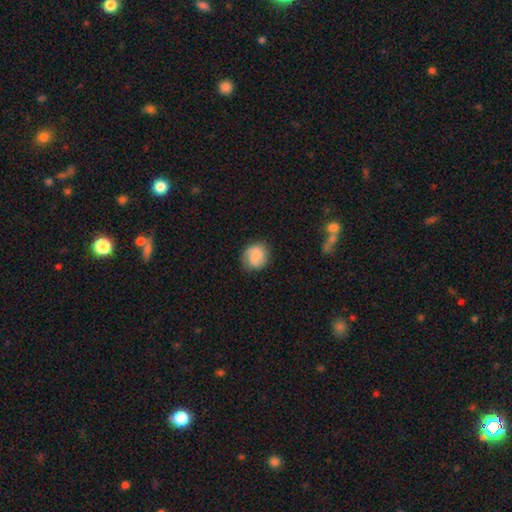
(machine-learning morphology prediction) A smooth galaxy with no disk features (74%) that is round (78%).

Vote fractions:
- Smooth or featured? smooth: 74% / featured or disk: 19% / star or artifact: 8%
- How rounded? round: 78% / in between: 21% / cigar-shaped: 1%
- Merging? none: 78% / minor disturbance: 16% / major disturbance: 5% / merger: 1%